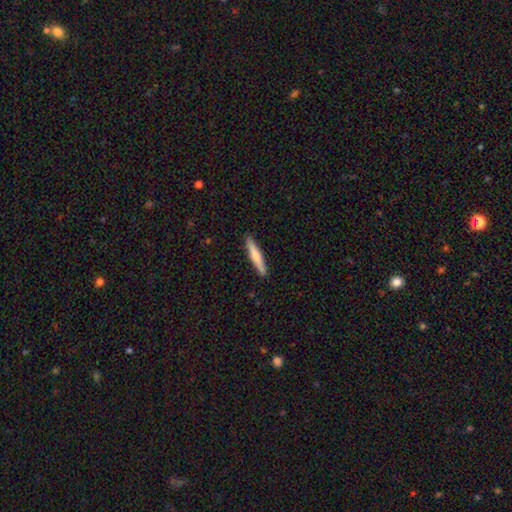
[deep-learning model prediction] This appears to be a smooth galaxy with no disk features (68%) that is cigar-shaped (92%). Merging: none (90%).